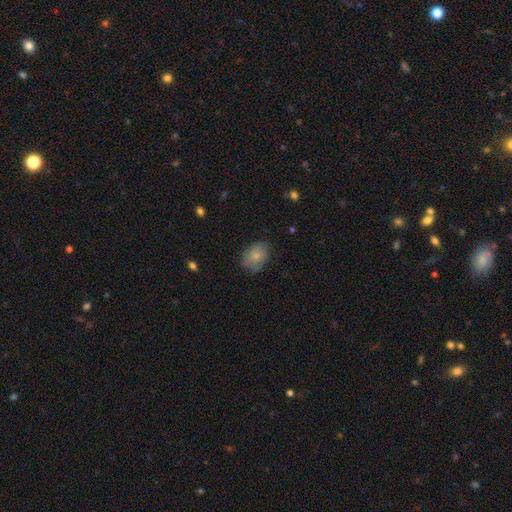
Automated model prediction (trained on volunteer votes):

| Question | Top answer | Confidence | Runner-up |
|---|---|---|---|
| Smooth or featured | smooth | 80% | featured or disk (13%) |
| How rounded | in between | 77% | round (22%) |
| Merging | none | 72% | minor disturbance (21%) |